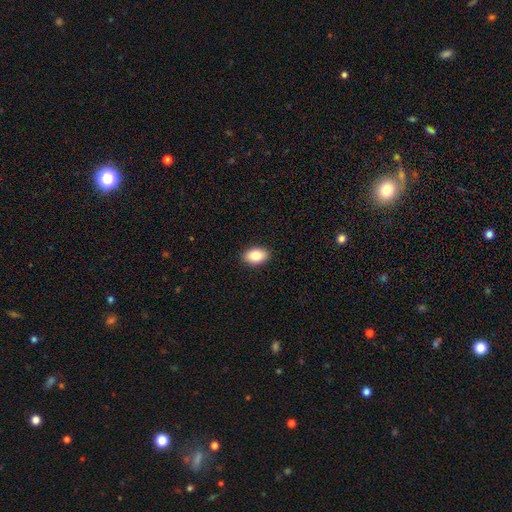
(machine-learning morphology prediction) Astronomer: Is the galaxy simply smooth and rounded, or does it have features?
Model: smooth — 84%.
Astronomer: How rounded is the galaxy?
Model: in between — 88%.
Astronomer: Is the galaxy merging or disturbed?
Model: none — 90%.